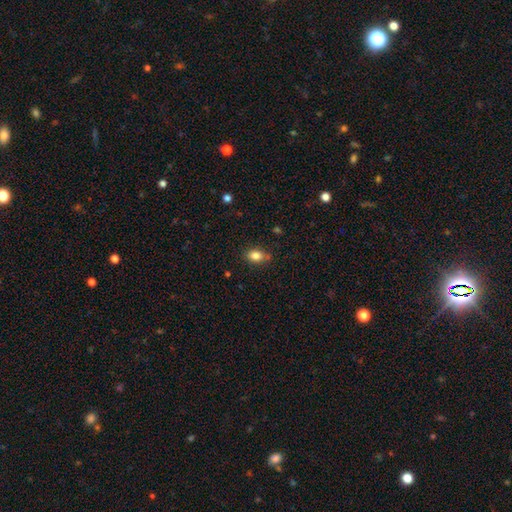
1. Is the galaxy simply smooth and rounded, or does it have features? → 95% smooth, 3% featured or disk, 3% star or artifact.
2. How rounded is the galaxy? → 69% in between, 31% round, 0% cigar-shaped.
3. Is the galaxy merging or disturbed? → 76% none, 16% minor disturbance, 5% merger, 3% major disturbance.